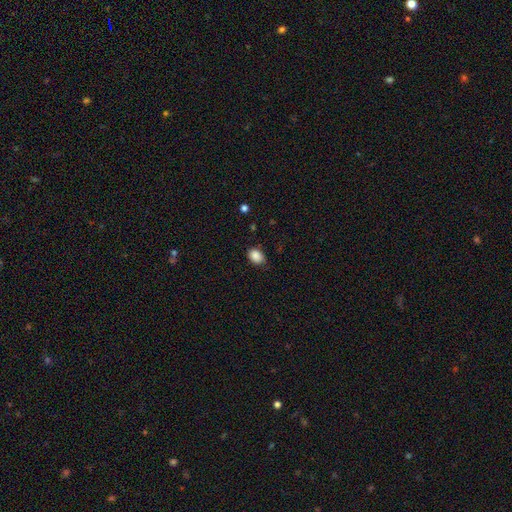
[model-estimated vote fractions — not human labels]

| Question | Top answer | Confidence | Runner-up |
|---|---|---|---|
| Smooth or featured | smooth | 88% | star or artifact (8%) |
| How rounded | in between | 76% | round (23%) |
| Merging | none | 80% | minor disturbance (16%) |